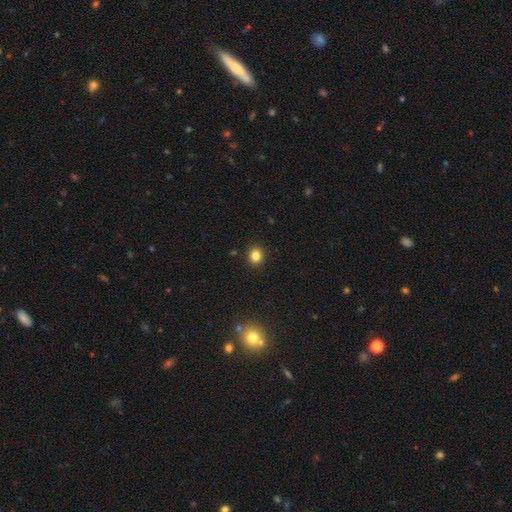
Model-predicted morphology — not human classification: smooth_or_featured: smooth (p=0.83) [alt: star or artifact p=0.12]
how_rounded: round (p=0.75) [alt: in between p=0.24]
merging: none (p=0.91) [alt: minor disturbance p=0.06]